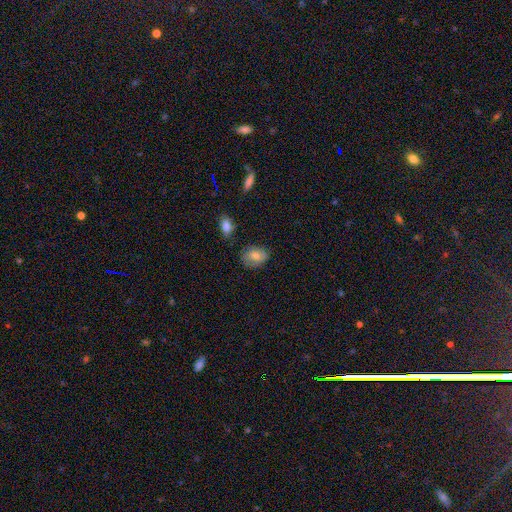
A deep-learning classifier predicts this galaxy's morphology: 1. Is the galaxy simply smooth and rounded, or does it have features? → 73% smooth, 19% featured or disk, 8% star or artifact.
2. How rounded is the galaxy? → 68% in between, 31% round, 1% cigar-shaped.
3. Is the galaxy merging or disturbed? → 74% none, 19% minor disturbance, 4% major disturbance, 3% merger.